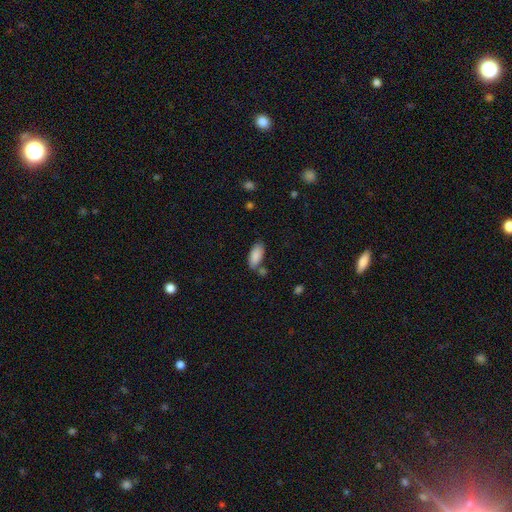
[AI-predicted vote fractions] A smooth galaxy with no disk features (88%) that is in between round and cigar-shaped (87%). Merging: none (67%).